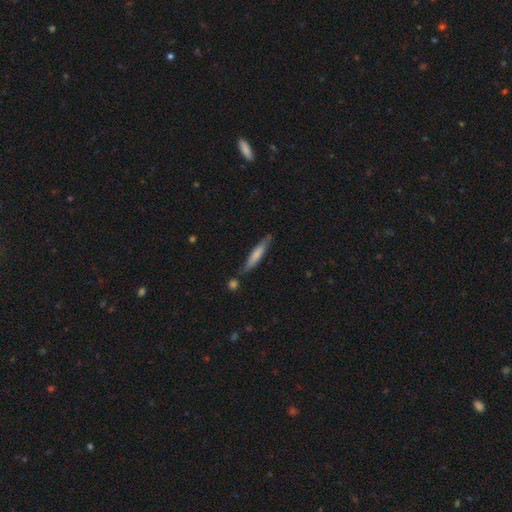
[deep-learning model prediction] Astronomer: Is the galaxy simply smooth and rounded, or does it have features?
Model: smooth — 49% (runner-up: featured or disk, 42%).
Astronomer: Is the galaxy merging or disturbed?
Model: none — 81%.